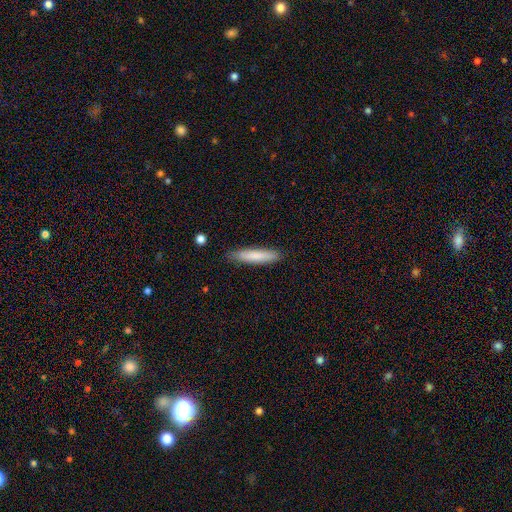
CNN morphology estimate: Smooth or featured? smooth (79%)
How rounded? cigar-shaped (87%)
Merging? none (86%)